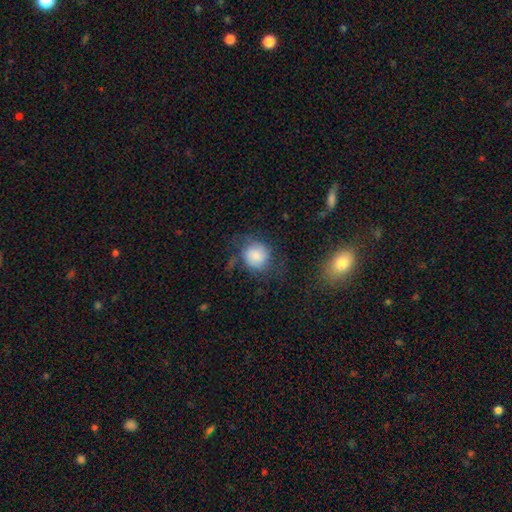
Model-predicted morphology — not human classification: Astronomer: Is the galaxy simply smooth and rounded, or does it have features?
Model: smooth — 69%.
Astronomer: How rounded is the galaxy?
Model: round — 79%.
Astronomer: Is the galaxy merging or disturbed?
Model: none — 51%.